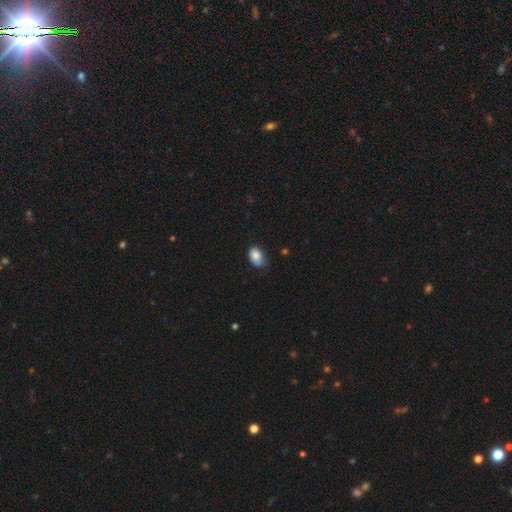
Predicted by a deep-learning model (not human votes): Smooth or featured? Predicted: smooth (p=0.84). How rounded? Predicted: in between (p=0.85). Merging? Predicted: none (p=0.54).